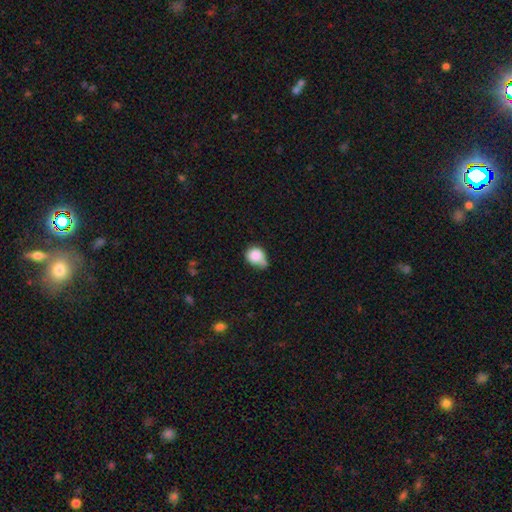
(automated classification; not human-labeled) smooth_or_featured: smooth (p=0.84) [alt: star or artifact p=0.09]
how_rounded: round (p=0.66) [alt: in between p=0.33]
merging: minor disturbance (p=0.37) [alt: none p=0.35]